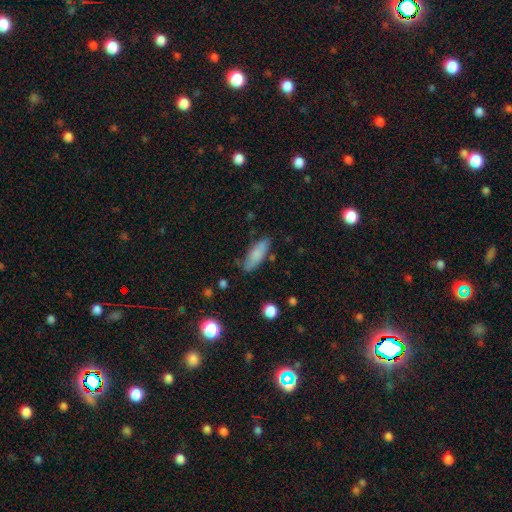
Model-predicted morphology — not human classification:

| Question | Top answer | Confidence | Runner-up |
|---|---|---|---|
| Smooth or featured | smooth | 76% | featured or disk (16%) |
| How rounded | in between | 54% | cigar-shaped (43%) |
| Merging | none | 76% | minor disturbance (17%) |